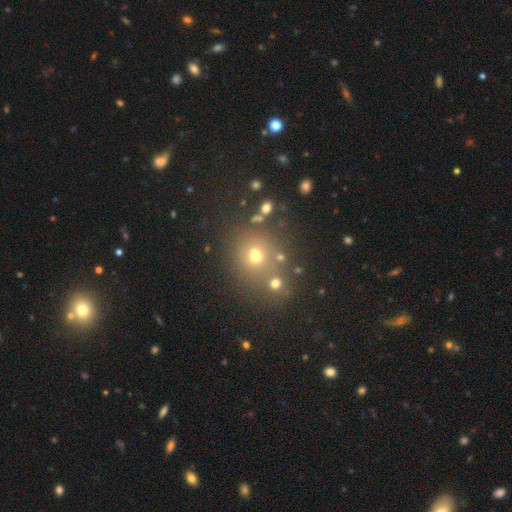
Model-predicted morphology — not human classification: type=smooth (62%); roundness=round (78%); merging=none (63%).